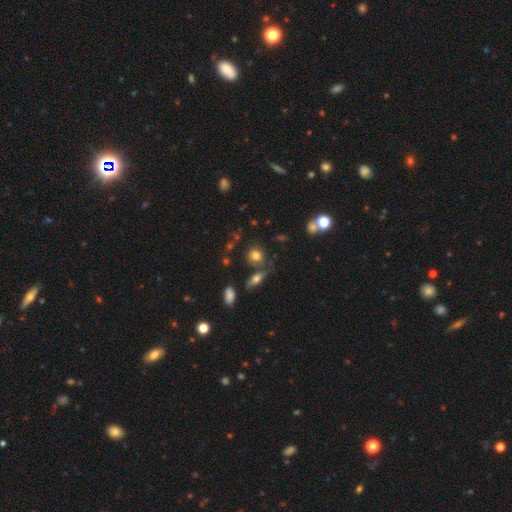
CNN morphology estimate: type=smooth (78%); roundness=round (73%); merging=none (71%).